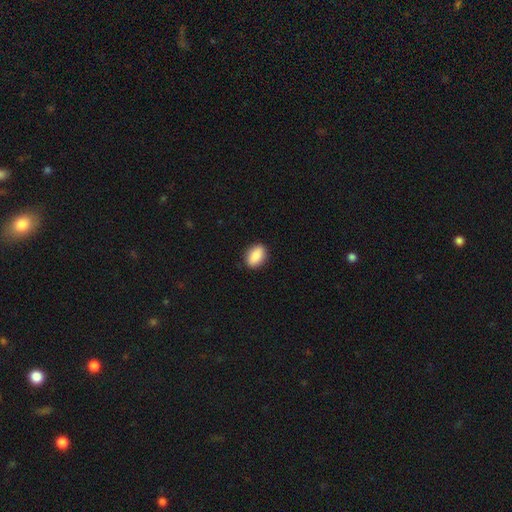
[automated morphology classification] This appears to be a smooth galaxy with no disk features (89%) that is in between round and cigar-shaped (87%). Merging: none (89%).